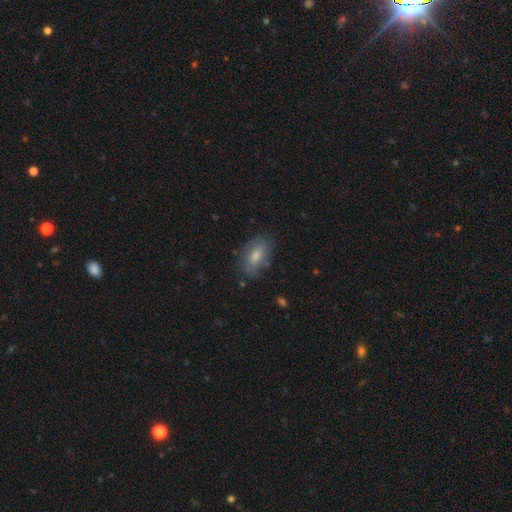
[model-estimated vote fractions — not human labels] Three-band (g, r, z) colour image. It shows a smooth galaxy with no disk features (66%) that is in between round and cigar-shaped (89%). Merging: none (72%).